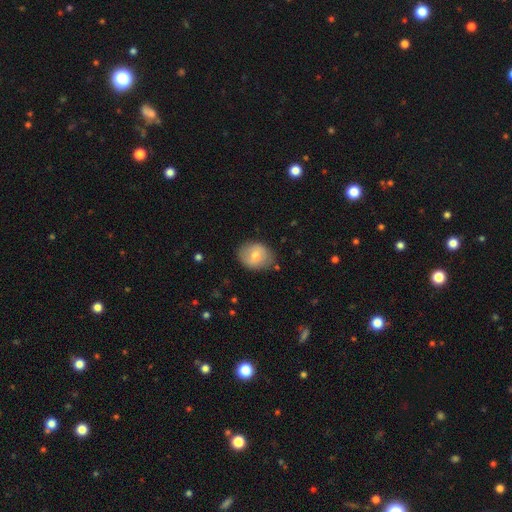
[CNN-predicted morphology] smooth 67%, featured or disk 26%, star or artifact 7%. Down the decision tree: how rounded — in between (55%); merging — none (80%).